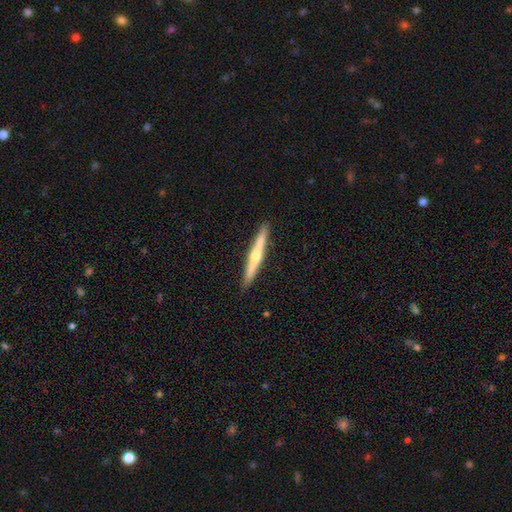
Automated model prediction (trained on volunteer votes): Overall: featured or disk (67%; smooth 27%). Edge-on disk: yes (97%). Edge-on bulge: rounded (87%). Merging: none (92%).